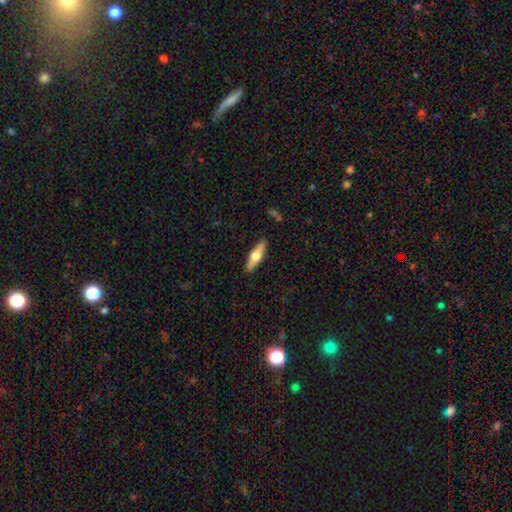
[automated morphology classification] Smooth or featured: smooth — 51% (featured or disk — 43%)
How rounded: cigar-shaped — 60% (in between — 38%)
Merging: none — 89% (minor disturbance — 8%)